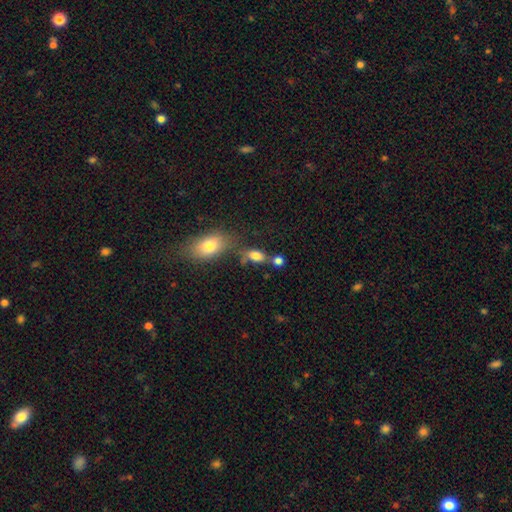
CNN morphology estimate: Smooth or featured: smooth — 79% (star or artifact — 10%)
How rounded: in between — 82% (round — 10%)
Merging: none — 52% (merger — 24%)